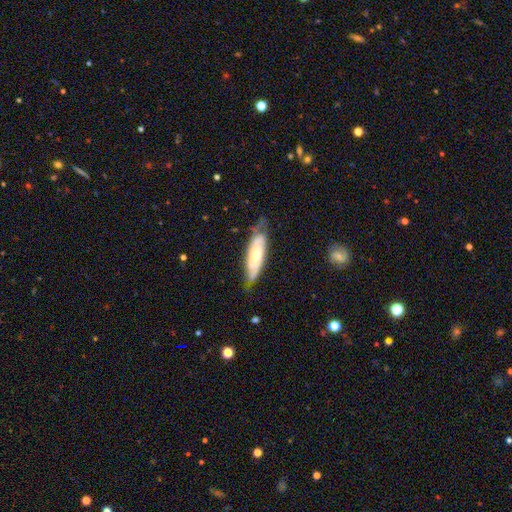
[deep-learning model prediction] Smooth or featured?
  - featured or disk: 63% *
  - smooth: 32%
  - star or artifact: 6%
Edge-on disk?
  - no: 75% *
  - yes: 25%
Merging?
  - none: 62% *
  - minor disturbance: 28%
  - major disturbance: 8%
  - merger: 2%